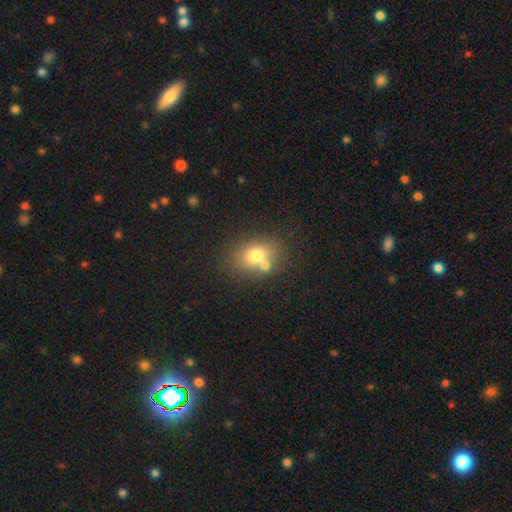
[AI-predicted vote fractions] A smooth galaxy with no disk features (72%) that is in between round and cigar-shaped (59%). Merging: none (53%).